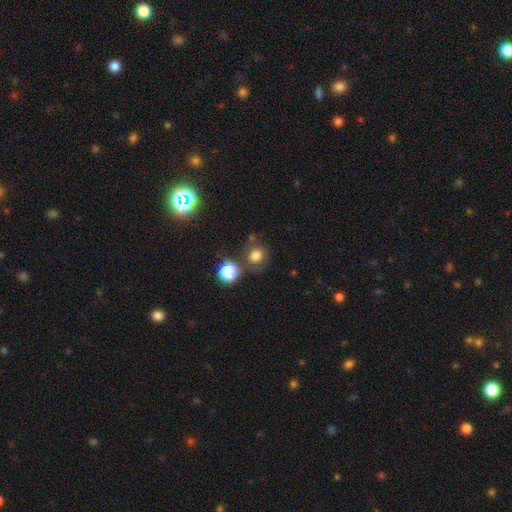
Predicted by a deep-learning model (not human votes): smooth_or_featured: smooth (p=0.73) [alt: star or artifact p=0.16]
how_rounded: round (p=0.85) [alt: in between p=0.14]
merging: none (p=0.67) [alt: minor disturbance p=0.14]